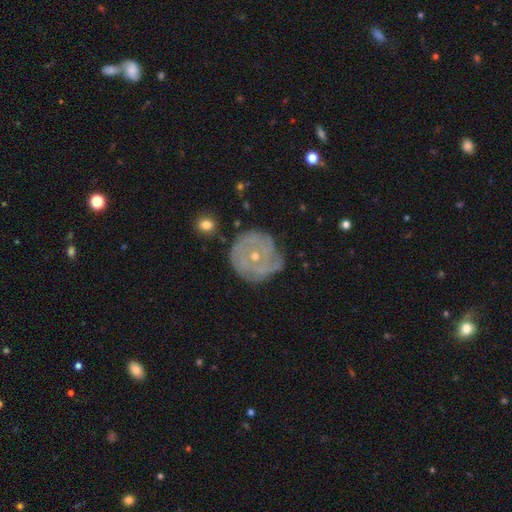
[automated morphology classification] Smooth or featured? featured or disk (79%)
Edge-on disk? no (97%)
Bar? no (80%)
Spiral arms? yes (88%)
Spiral winding? tight (78%)
Spiral arm count? can't tell (39%)
Bulge size? small (68%)
Merging? none (72%)